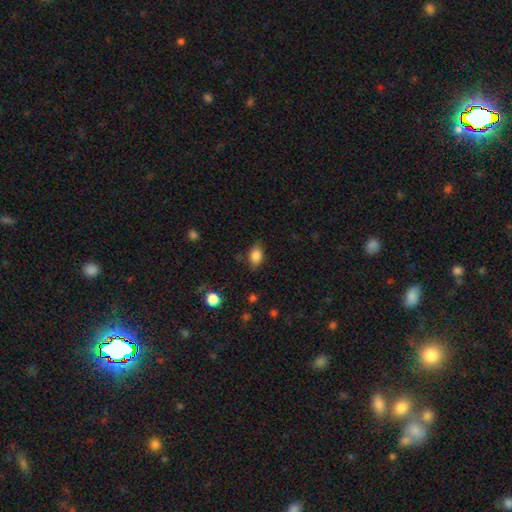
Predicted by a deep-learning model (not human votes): A smooth galaxy with no disk features (84%) that is in between round and cigar-shaped (82%).

Vote fractions:
- Smooth or featured? smooth: 84% / star or artifact: 9% / featured or disk: 7%
- How rounded? in between: 82% / round: 16% / cigar-shaped: 2%
- Merging? none: 77% / minor disturbance: 18% / major disturbance: 4% / merger: 1%